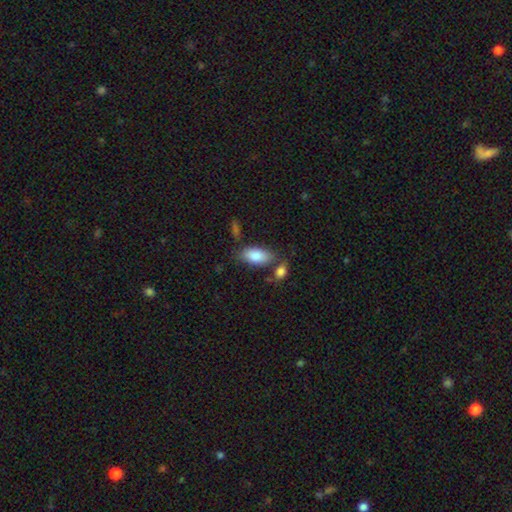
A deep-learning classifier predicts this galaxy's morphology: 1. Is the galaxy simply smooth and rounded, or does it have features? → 86% smooth, 8% featured or disk, 6% star or artifact.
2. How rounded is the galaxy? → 91% in between, 6% cigar-shaped, 3% round.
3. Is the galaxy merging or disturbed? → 66% none, 17% minor disturbance, 13% merger, 5% major disturbance.